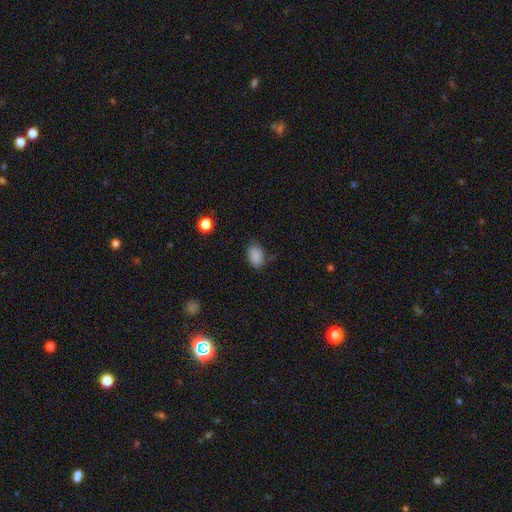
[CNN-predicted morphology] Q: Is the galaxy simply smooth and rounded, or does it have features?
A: smooth — 87%.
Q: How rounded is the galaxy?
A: in between — 79%.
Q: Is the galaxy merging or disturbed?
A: none — 70%.